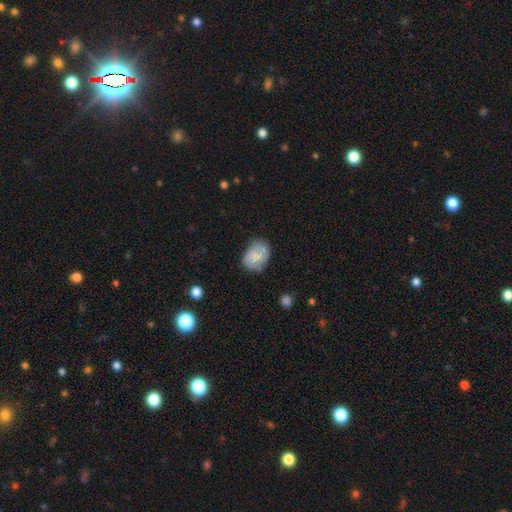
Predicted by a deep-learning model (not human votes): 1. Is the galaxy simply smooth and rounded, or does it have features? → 70% smooth, 22% featured or disk, 7% star or artifact.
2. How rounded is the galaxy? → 70% in between, 28% round, 1% cigar-shaped.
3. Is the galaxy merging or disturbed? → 61% none, 27% minor disturbance, 7% major disturbance, 5% merger.